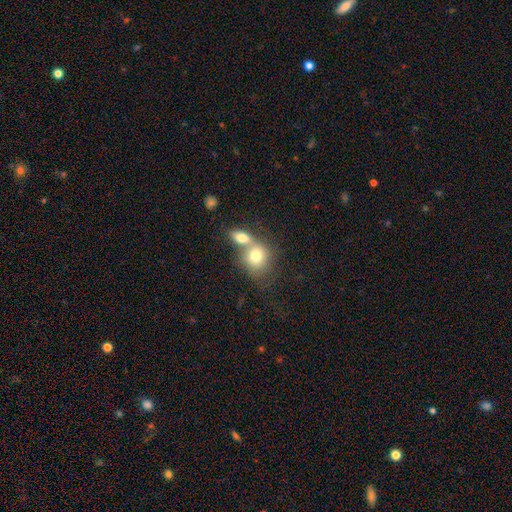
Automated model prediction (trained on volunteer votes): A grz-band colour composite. It shows a smooth galaxy with no disk features (76%) that is round (63%). Merging: merger (60%).